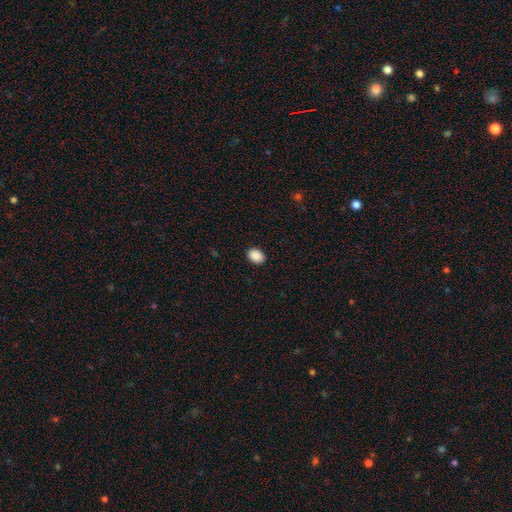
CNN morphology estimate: Smooth or featured? Predicted: smooth (p=0.90). How rounded? Predicted: in between (p=0.74). Merging? Predicted: none (p=0.89).